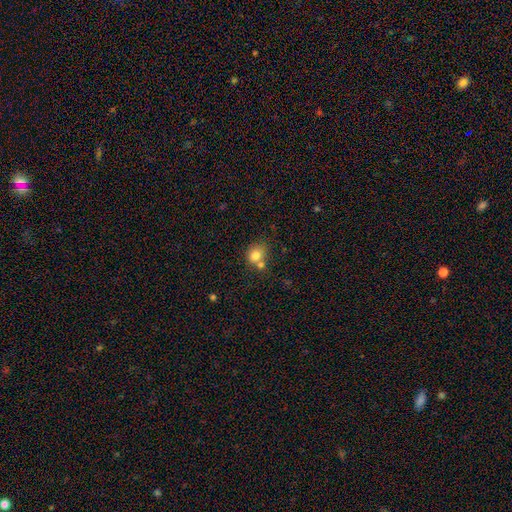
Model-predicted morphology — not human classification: Q: Smooth or featured?
A: smooth (79%); runner-up: featured or disk (11%)
Q: How rounded?
A: round (65%); runner-up: in between (35%)
Q: Merging?
A: none (50%); runner-up: merger (33%)